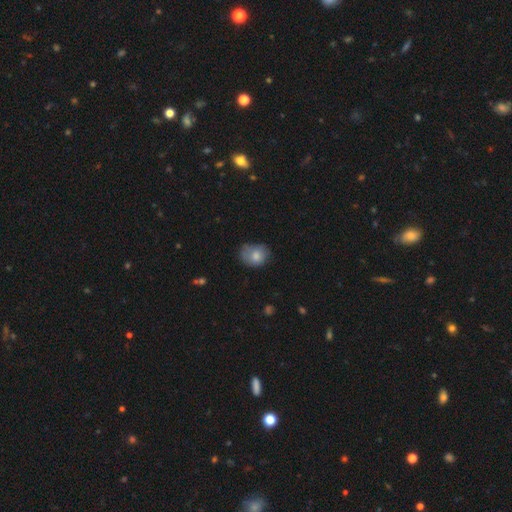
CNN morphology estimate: Smooth or featured?
  - smooth: 76% *
  - featured or disk: 15%
  - star or artifact: 8%
How rounded?
  - in between: 53% *
  - round: 46%
  - cigar-shaped: 1%
Merging?
  - none: 45% *
  - minor disturbance: 37%
  - major disturbance: 15%
  - merger: 3%